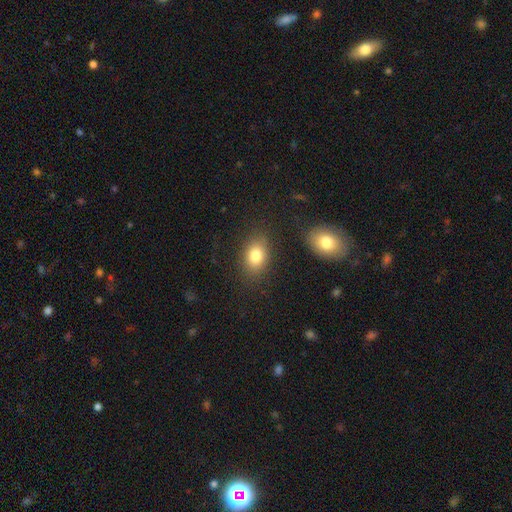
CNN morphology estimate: Smooth or featured?
  - smooth: 81% *
  - star or artifact: 10%
  - featured or disk: 9%
How rounded?
  - in between: 76% *
  - round: 23%
  - cigar-shaped: 2%
Merging?
  - none: 83% *
  - minor disturbance: 11%
  - major disturbance: 4%
  - merger: 3%